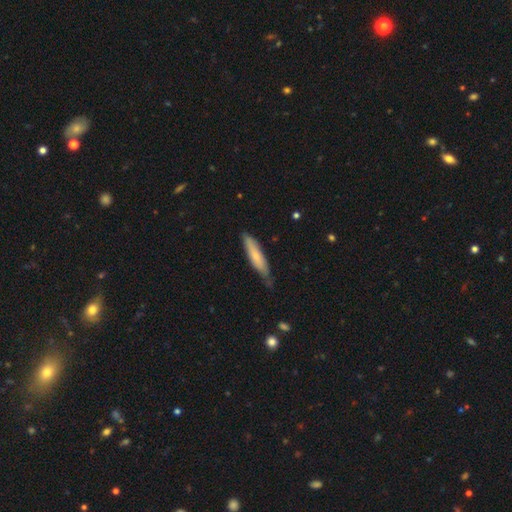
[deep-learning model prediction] A smooth galaxy with no disk features (69%) that is cigar-shaped (81%). Merging: none (66%).